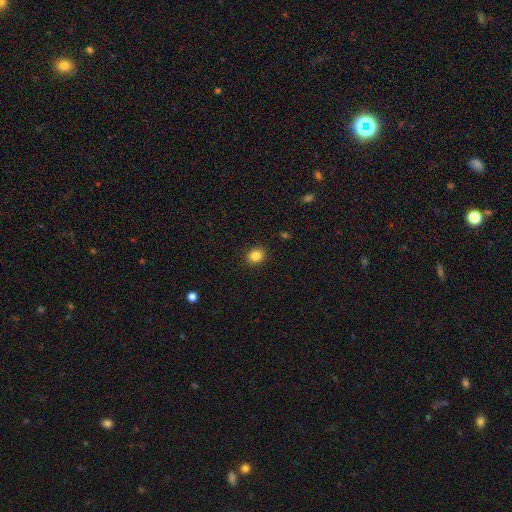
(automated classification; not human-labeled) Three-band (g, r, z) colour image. It shows a smooth galaxy with no disk features (85%) that is round (72%). Merging: none (90%).